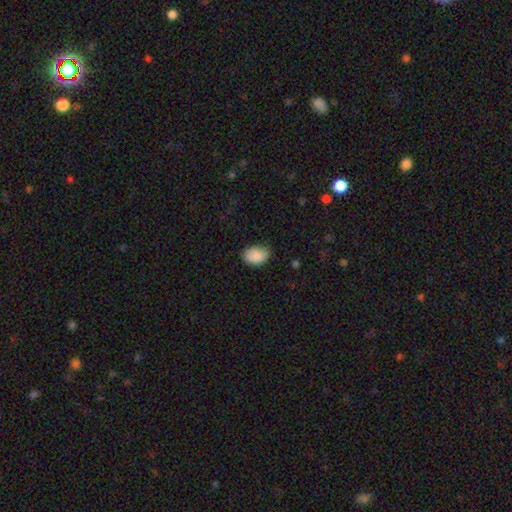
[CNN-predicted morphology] Smooth or featured: smooth — 89% (star or artifact — 7%)
How rounded: in between — 81% (round — 18%)
Merging: none — 72% (minor disturbance — 23%)